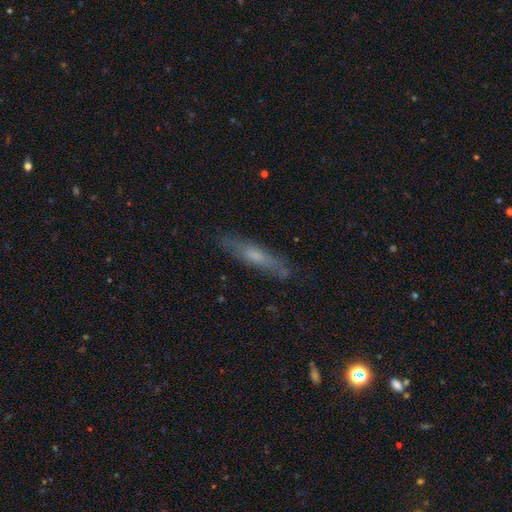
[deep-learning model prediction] Smooth or featured: smooth — 51% (featured or disk — 41%)
How rounded: cigar-shaped — 82% (in between — 17%)
Merging: none — 80% (minor disturbance — 15%)